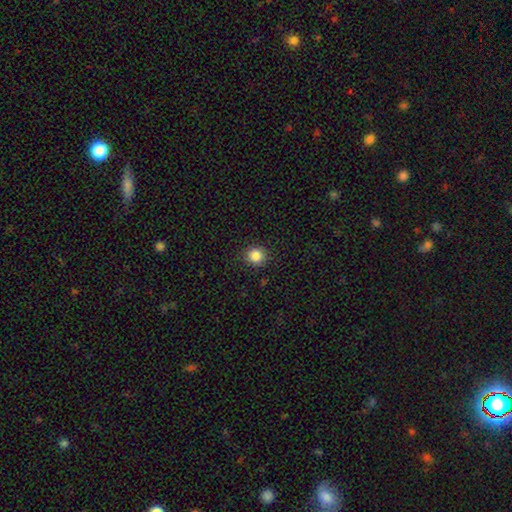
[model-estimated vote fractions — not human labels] smooth 85%, star or artifact 11%, featured or disk 4%. Down the decision tree: how rounded — round (90%); merging — none (90%).